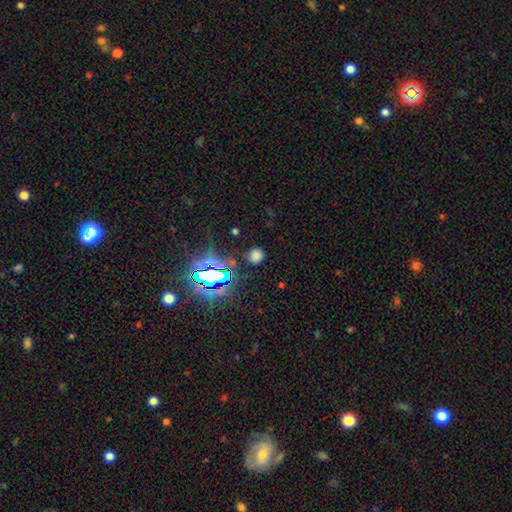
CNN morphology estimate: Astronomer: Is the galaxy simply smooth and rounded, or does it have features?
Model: smooth — 64%.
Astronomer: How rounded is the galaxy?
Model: round — 89%.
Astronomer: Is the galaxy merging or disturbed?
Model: none — 84%.